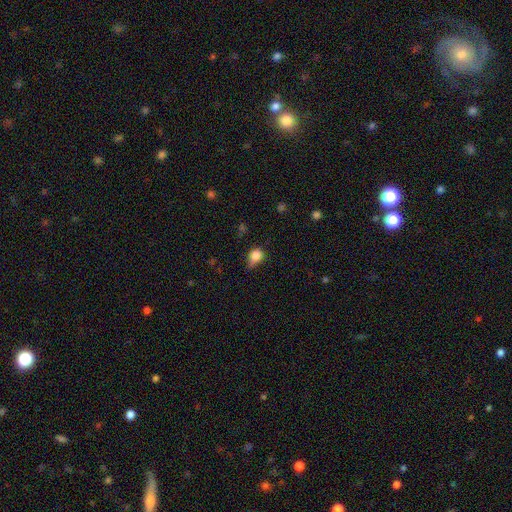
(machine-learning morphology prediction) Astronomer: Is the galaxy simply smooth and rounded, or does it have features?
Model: smooth — 82%.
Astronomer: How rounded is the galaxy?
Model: round — 62% (runner-up: in between, 37%).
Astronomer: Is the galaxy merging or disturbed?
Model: none — 45% (runner-up: minor disturbance, 40%).